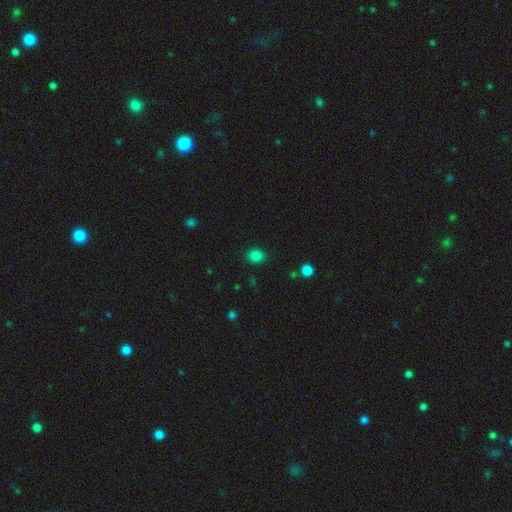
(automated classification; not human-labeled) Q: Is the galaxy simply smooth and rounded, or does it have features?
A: smooth — 84%.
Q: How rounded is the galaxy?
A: round — 61%.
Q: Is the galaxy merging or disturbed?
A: none — 88%.